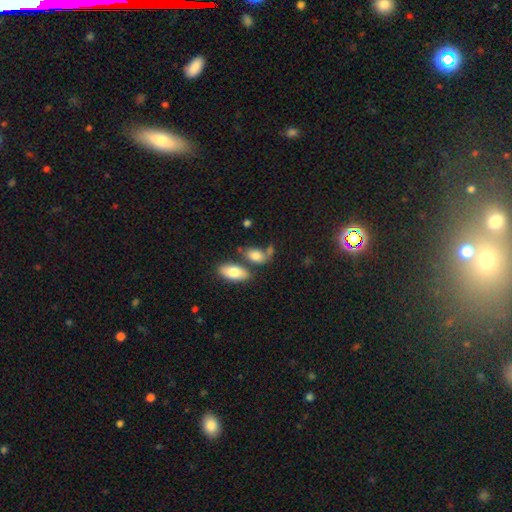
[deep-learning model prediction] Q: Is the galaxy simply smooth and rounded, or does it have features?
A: smooth — 82%.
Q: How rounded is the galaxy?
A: in between — 87%.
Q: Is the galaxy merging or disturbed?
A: none — 48%.